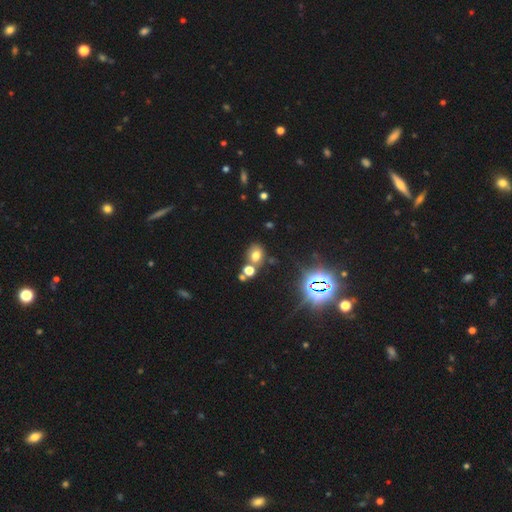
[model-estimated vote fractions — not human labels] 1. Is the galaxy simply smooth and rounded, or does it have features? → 60% smooth, 28% star or artifact, 12% featured or disk.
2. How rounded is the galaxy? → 52% round, 47% in between, 1% cigar-shaped.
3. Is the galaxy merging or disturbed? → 60% none, 24% merger, 11% minor disturbance, 5% major disturbance.